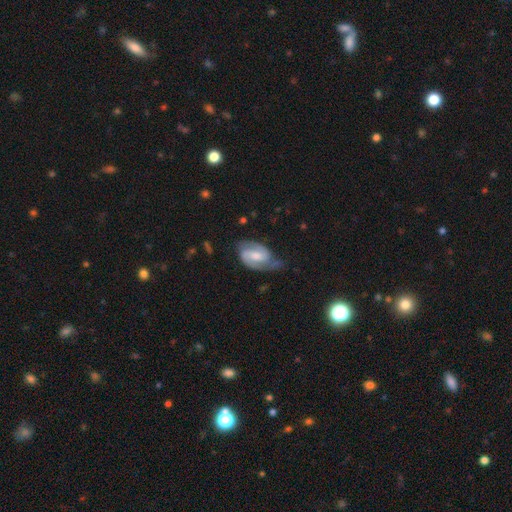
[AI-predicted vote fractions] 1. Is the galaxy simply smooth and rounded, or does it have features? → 79% featured or disk, 16% smooth, 5% star or artifact.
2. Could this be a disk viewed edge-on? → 97% no, 3% yes.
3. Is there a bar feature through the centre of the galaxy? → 50% weak, 28% no, 22% strong.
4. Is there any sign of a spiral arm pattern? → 95% yes, 5% no.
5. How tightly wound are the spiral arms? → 50% medium, 34% tight, 16% loose.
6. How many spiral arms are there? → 86% 2, 6% can't tell, 5% 1, 2% 3, 1% 4, 1% more than 4.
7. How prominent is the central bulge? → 47% moderate, 28% small, 12% large, 11% none, 2% dominant.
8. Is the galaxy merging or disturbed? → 55% none, 29% minor disturbance, 14% major disturbance, 3% merger.